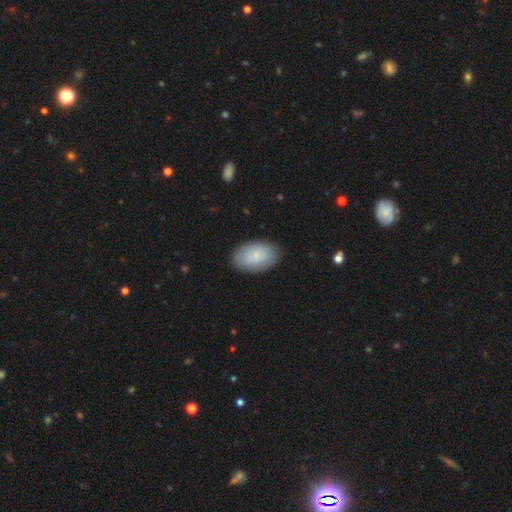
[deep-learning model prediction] Smooth or featured?
  - smooth: 74% *
  - featured or disk: 20%
  - star or artifact: 6%
How rounded?
  - in between: 92% *
  - round: 7%
  - cigar-shaped: 1%
Merging?
  - none: 83% *
  - minor disturbance: 12%
  - major disturbance: 3%
  - merger: 1%